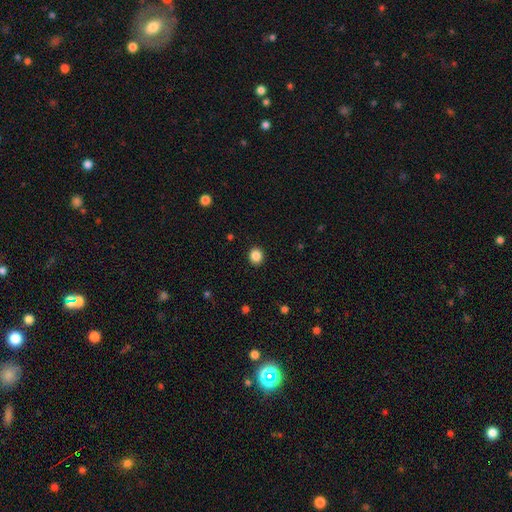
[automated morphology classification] smooth-or-featured: smooth: 86% | star or artifact: 10% | featured or disk: 4%
  how-rounded: round: 85% | in between: 15% | cigar-shaped: 1%
  merging: none: 92% | minor disturbance: 5% | major disturbance: 2% | merger: 1%